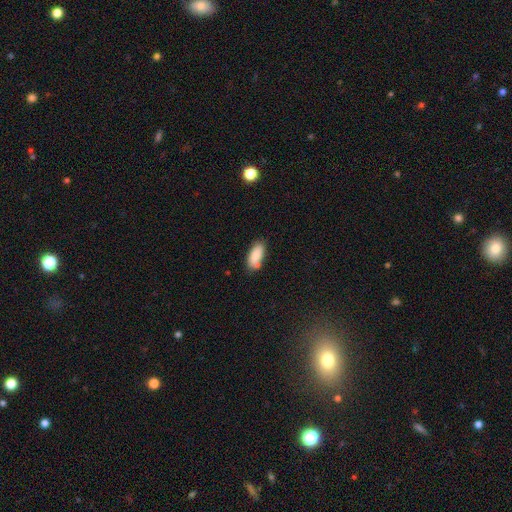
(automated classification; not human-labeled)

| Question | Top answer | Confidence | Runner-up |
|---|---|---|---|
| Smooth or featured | smooth | 85% | featured or disk (8%) |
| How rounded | in between | 85% | cigar-shaped (13%) |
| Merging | none | 67% | minor disturbance (20%) |